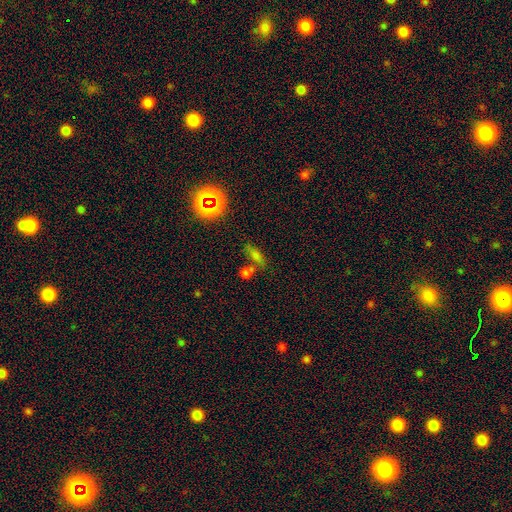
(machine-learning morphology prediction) A smooth galaxy with no disk features (56%) that is in between round and cigar-shaped (62%).

Vote fractions:
- Smooth or featured? smooth: 56% / star or artifact: 29% / featured or disk: 15%
- How rounded? in between: 62% / cigar-shaped: 26% / round: 13%
- Merging? none: 49% / merger: 31% / minor disturbance: 13% / major disturbance: 7%